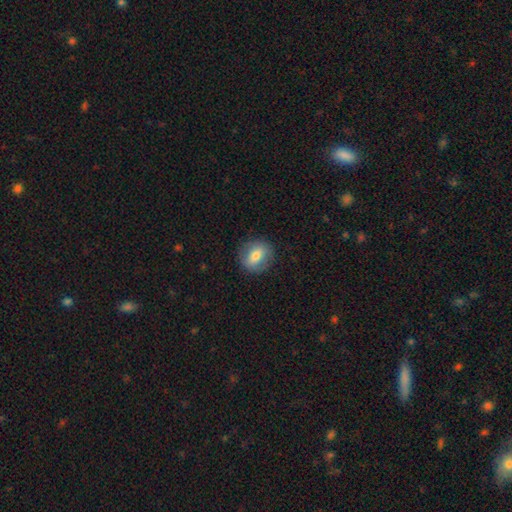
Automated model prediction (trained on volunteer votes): This appears to be a smooth galaxy with no disk features (68%) that is round (69%). Merging: none (86%).